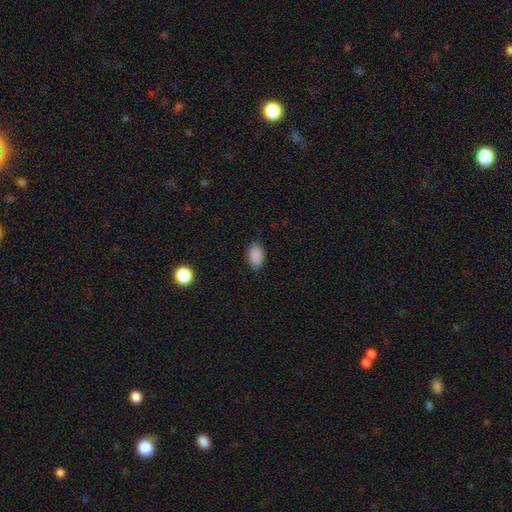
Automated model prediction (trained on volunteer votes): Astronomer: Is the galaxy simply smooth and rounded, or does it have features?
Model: smooth — 89%.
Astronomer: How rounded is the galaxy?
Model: in between — 92%.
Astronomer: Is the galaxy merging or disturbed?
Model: none — 84%.